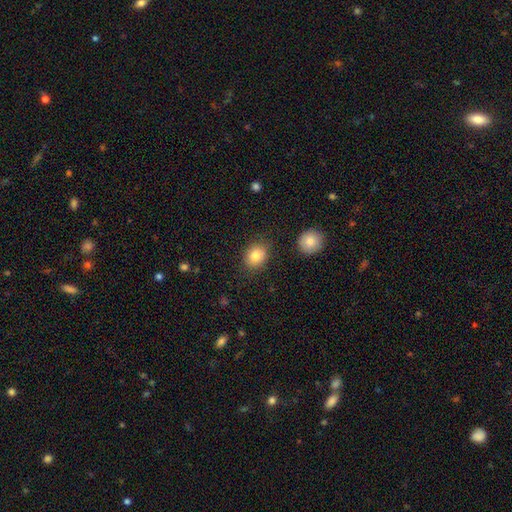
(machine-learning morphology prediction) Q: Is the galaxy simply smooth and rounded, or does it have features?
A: smooth — 83%.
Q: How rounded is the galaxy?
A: round — 55%.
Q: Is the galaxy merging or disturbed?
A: none — 82%.